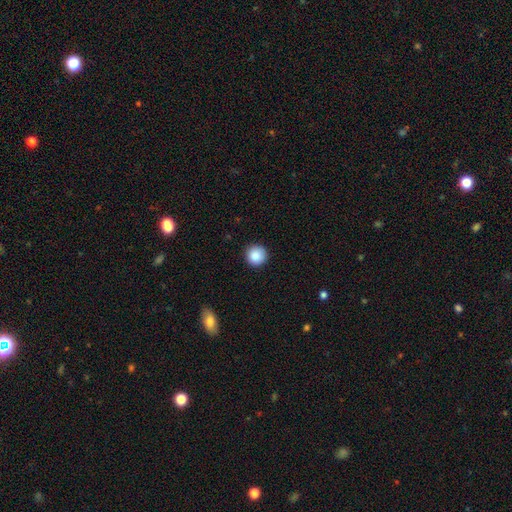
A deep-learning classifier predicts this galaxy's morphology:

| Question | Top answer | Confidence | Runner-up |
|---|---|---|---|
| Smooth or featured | smooth | 88% | star or artifact (9%) |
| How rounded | round | 96% | in between (3%) |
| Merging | none | 91% | minor disturbance (6%) |